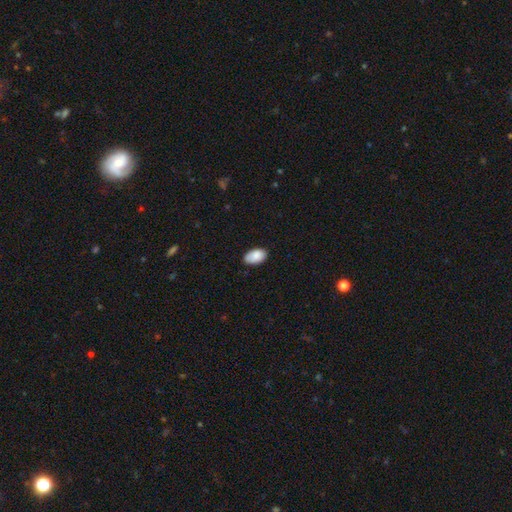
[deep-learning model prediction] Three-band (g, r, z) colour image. It shows a smooth galaxy with no disk features (86%) that is in between round and cigar-shaped (94%). Merging: none (80%).